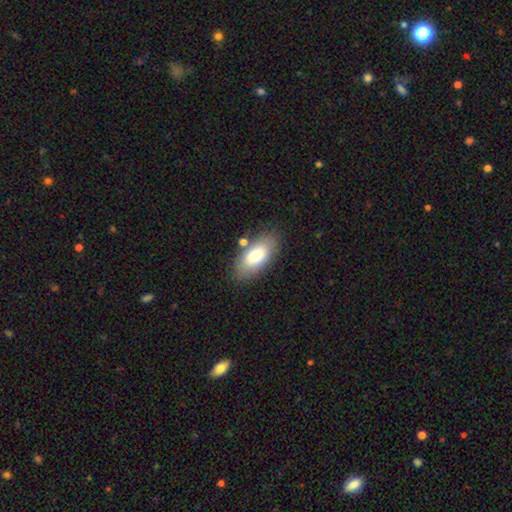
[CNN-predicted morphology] type=smooth (74%); roundness=in between (90%); merging=none (78%).